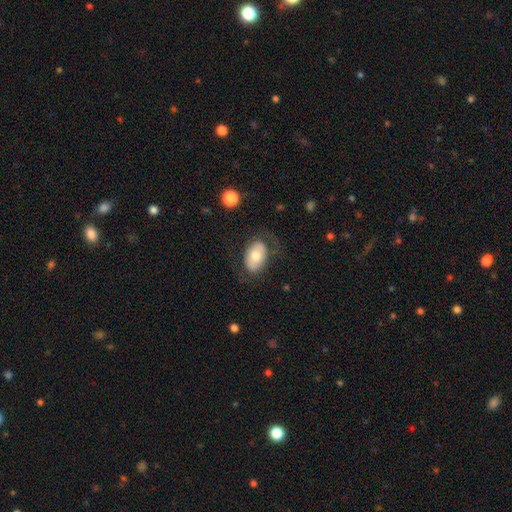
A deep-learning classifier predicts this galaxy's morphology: Overall: smooth (64%; featured or disk 30%). How rounded: in between (88%). Merging: none (69%).